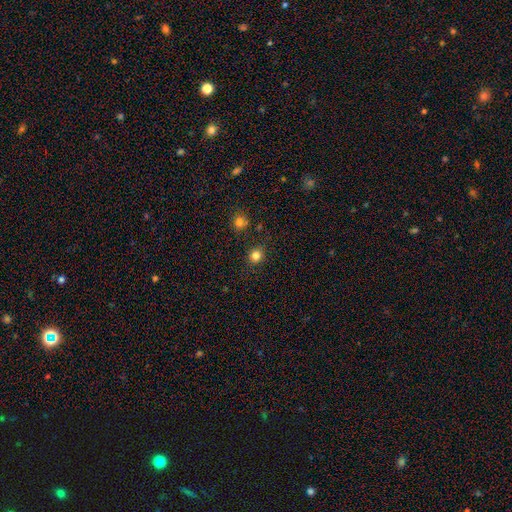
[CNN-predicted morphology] Smooth or featured? Predicted: smooth (p=0.82). How rounded? Predicted: round (p=0.85). Merging? Predicted: none (p=0.87).